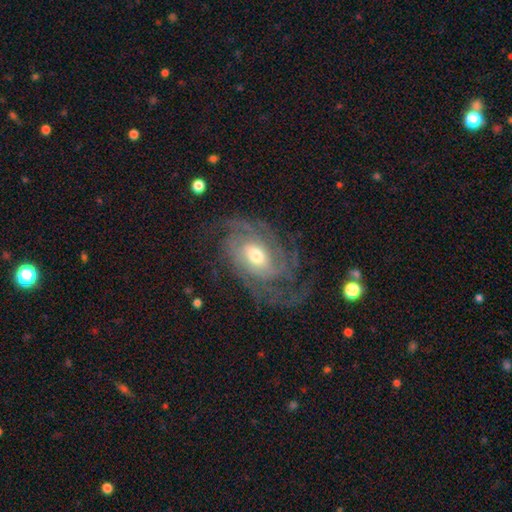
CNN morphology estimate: Smooth or featured?
  - featured or disk: 87% *
  - smooth: 8%
  - star or artifact: 5%
Edge-on disk?
  - no: 96% *
  - yes: 4%
Bar?
  - no: 60% *
  - weak: 31%
  - strong: 9%
Spiral arms?
  - yes: 95% *
  - no: 5%
Spiral winding?
  - tight: 53% *
  - medium: 35%
  - loose: 12%
Spiral arm count?
  - can't tell: 28% *
  - 2: 24%
  - 3: 22%
  - 4: 12%
  - more than 4: 7%
  - 1: 7%
Bulge size?
  - moderate: 64% *
  - small: 19%
  - large: 14%
  - dominant: 1%
  - none: 1%
Merging?
  - none: 66% *
  - minor disturbance: 17%
  - major disturbance: 15%
  - merger: 1%